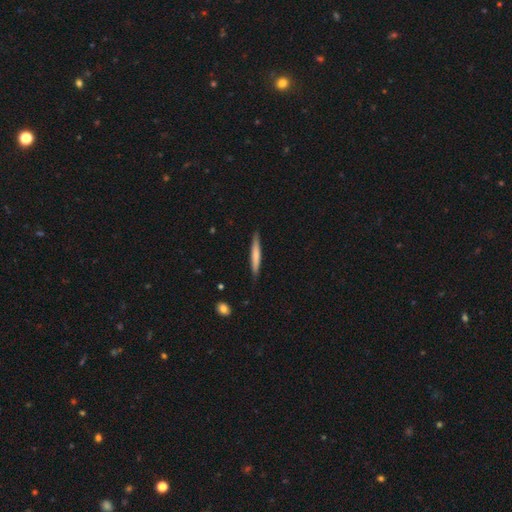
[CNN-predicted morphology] Smooth or featured?
  - smooth: 65% *
  - featured or disk: 30%
  - star or artifact: 5%
How rounded?
  - cigar-shaped: 95% *
  - in between: 4%
  - round: 1%
Merging?
  - none: 87% *
  - minor disturbance: 10%
  - major disturbance: 2%
  - merger: 1%